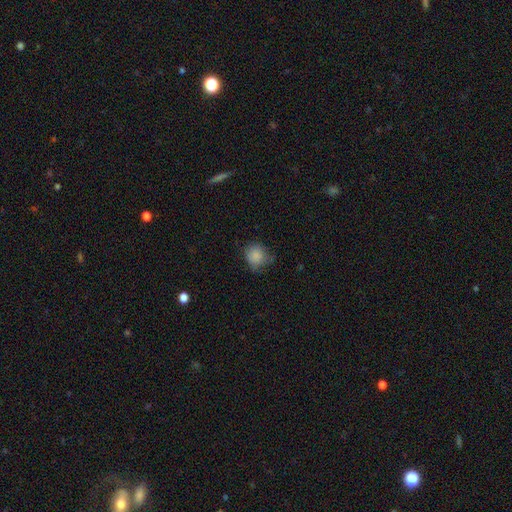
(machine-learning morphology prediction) smooth 84%, star or artifact 10%, featured or disk 7%. Down the decision tree: how rounded — round (79%); merging — none (59%).